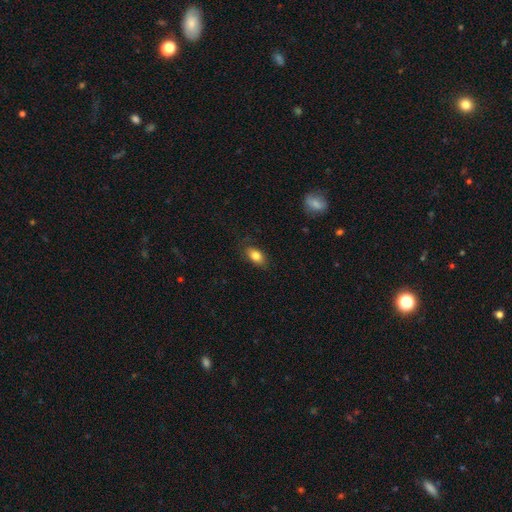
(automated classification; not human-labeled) A smooth galaxy with no disk features (82%) that is in between round and cigar-shaped (87%).

Vote fractions:
- Smooth or featured? smooth: 82% / featured or disk: 10% / star or artifact: 8%
- How rounded? in between: 87% / round: 10% / cigar-shaped: 3%
- Merging? none: 80% / minor disturbance: 15% / major disturbance: 4% / merger: 1%